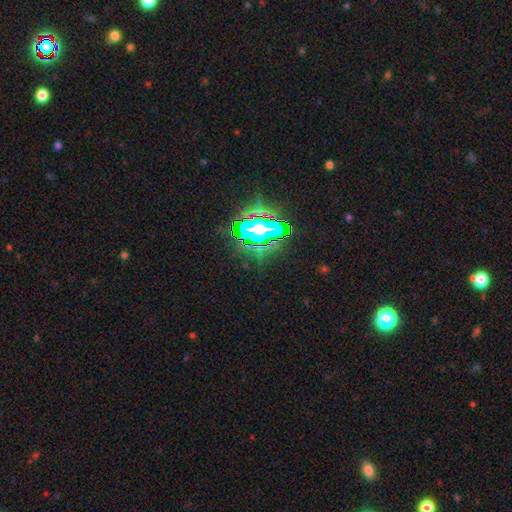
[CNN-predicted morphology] smooth-or-featured: star or artifact: 81% | smooth: 12% | featured or disk: 7%